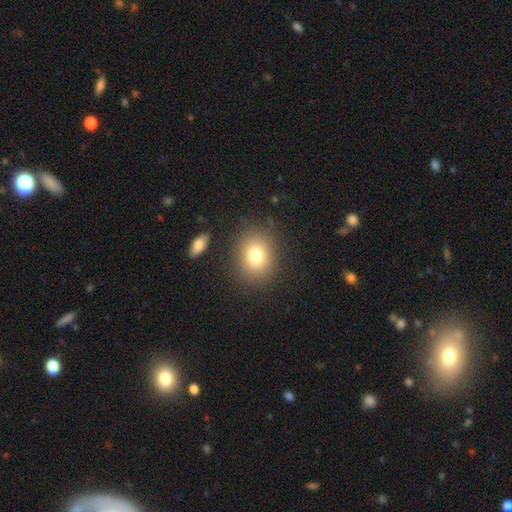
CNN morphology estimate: The model was most divided on "how rounded": round: 63%, in between: 36%, cigar-shaped: 1%. More confident: merging — none (84%); smooth or featured — smooth (77%).